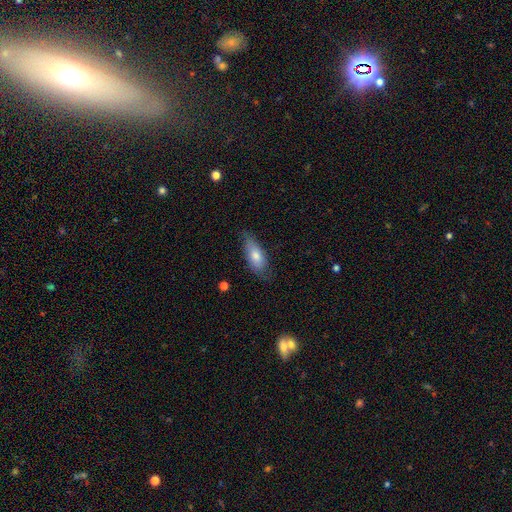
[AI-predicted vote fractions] Q: Smooth or featured?
A: smooth (68%); runner-up: featured or disk (26%)
Q: How rounded?
A: in between (74%); runner-up: cigar-shaped (23%)
Q: Merging?
A: none (69%); runner-up: minor disturbance (25%)